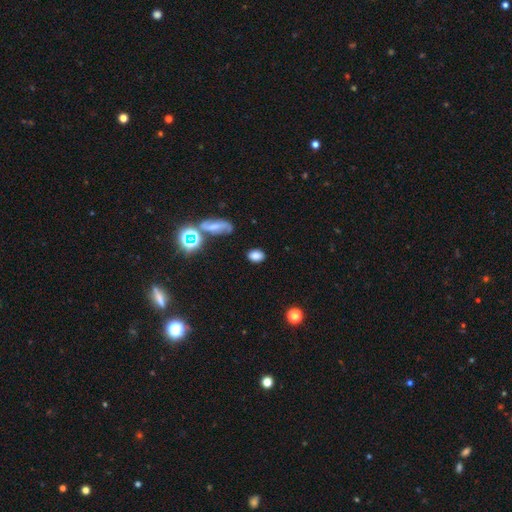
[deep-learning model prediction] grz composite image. It shows a smooth galaxy with no disk features (77%) that is in between round and cigar-shaped (76%). Merging: none (81%).